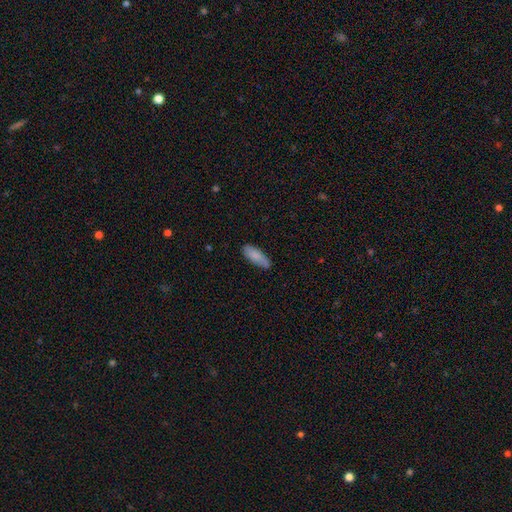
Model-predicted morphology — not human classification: Q: Smooth or featured?
A: smooth (84%); runner-up: featured or disk (11%)
Q: How rounded?
A: in between (67%); runner-up: cigar-shaped (31%)
Q: Merging?
A: none (78%); runner-up: minor disturbance (18%)